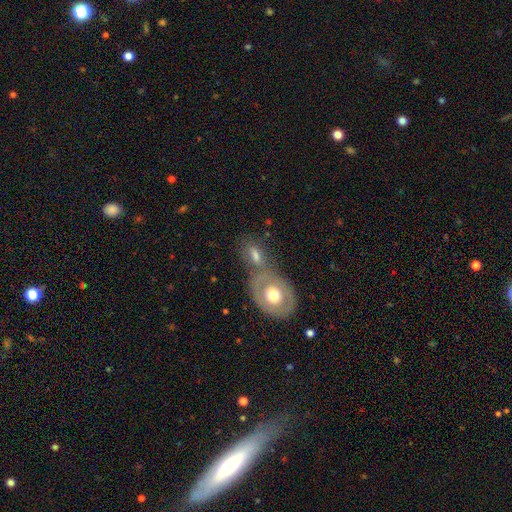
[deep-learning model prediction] smooth_or_featured: smooth (p=0.50) [alt: featured or disk p=0.42]
merging: merger (p=0.44) [alt: none p=0.39]